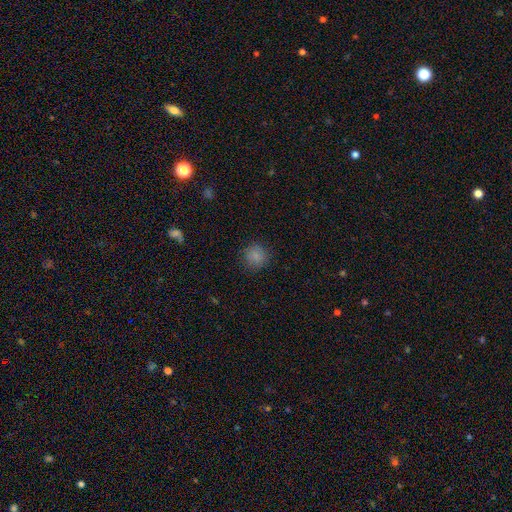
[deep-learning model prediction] Q: Smooth or featured?
A: smooth (84%); runner-up: star or artifact (11%)
Q: How rounded?
A: round (90%); runner-up: in between (9%)
Q: Merging?
A: none (86%); runner-up: minor disturbance (10%)